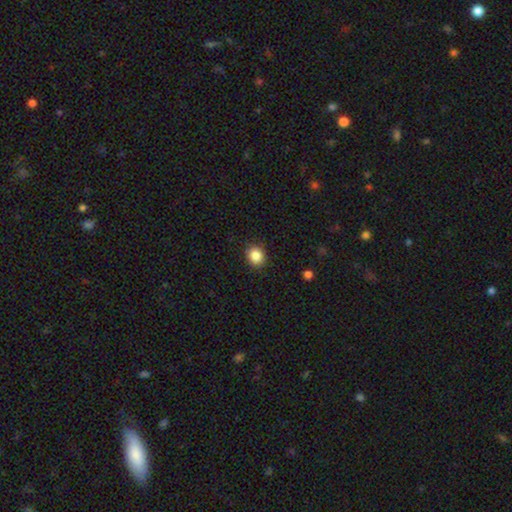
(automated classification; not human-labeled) A smooth galaxy with no disk features (86%) that is round (79%).

Vote fractions:
- Smooth or featured? smooth: 86% / star or artifact: 10% / featured or disk: 4%
- How rounded? round: 79% / in between: 20% / cigar-shaped: 1%
- Merging? none: 90% / minor disturbance: 7% / major disturbance: 2% / merger: 1%